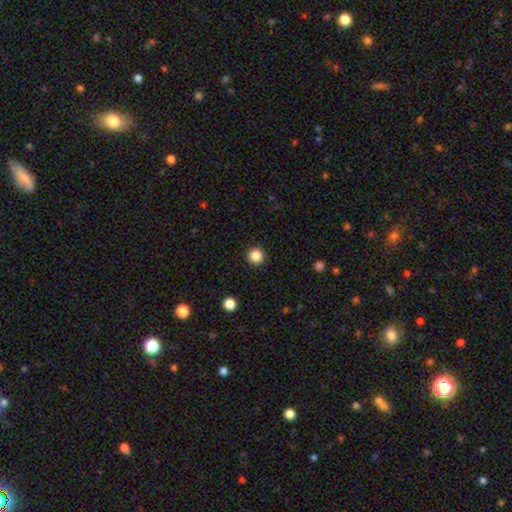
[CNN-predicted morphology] Smooth or featured? Predicted: smooth (p=0.86). How rounded? Predicted: round (p=0.95). Merging? Predicted: none (p=0.93).